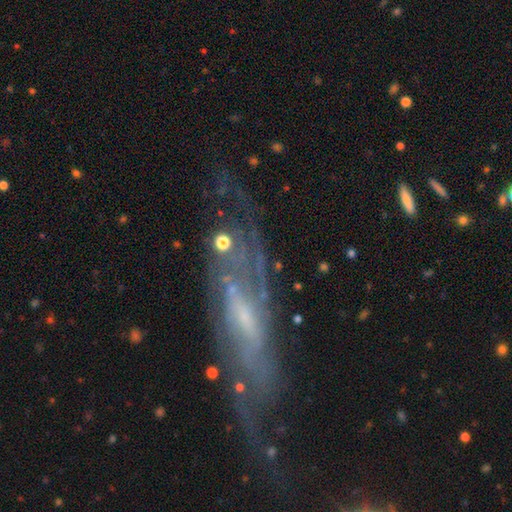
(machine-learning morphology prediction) smooth_or_featured: featured or disk (p=0.78) [alt: smooth p=0.13]
disk_edge_on: no (p=0.66) [alt: yes p=0.34]
bar: weak (p=0.43) [alt: no p=0.37]
has_spiral_arms: yes (p=0.81) [alt: no p=0.19]
bulge_size: small (p=0.56) [alt: moderate p=0.28]
merging: none (p=0.64) [alt: minor disturbance p=0.18]